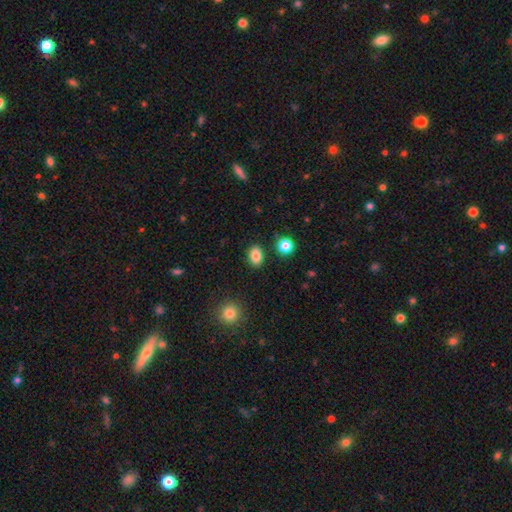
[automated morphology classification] A smooth galaxy with no disk features (84%) that is in between round and cigar-shaped (76%).

Vote fractions:
- Smooth or featured? smooth: 84% / star or artifact: 10% / featured or disk: 6%
- How rounded? in between: 76% / round: 23% / cigar-shaped: 1%
- Merging? none: 87% / minor disturbance: 8% / merger: 3% / major disturbance: 2%